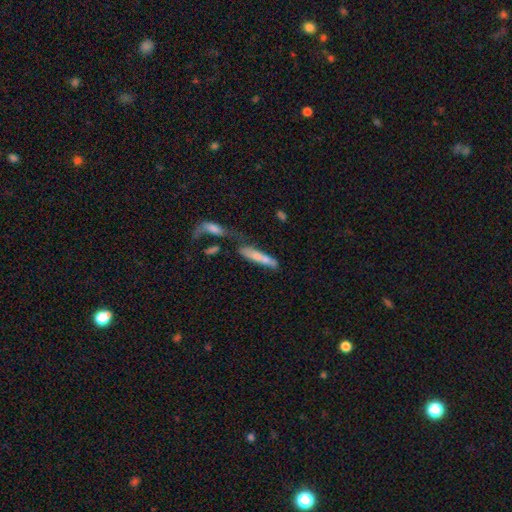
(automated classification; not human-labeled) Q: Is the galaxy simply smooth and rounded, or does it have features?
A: smooth — 53%.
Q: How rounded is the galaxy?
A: cigar-shaped — 80%.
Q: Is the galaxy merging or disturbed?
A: merger — 45%.